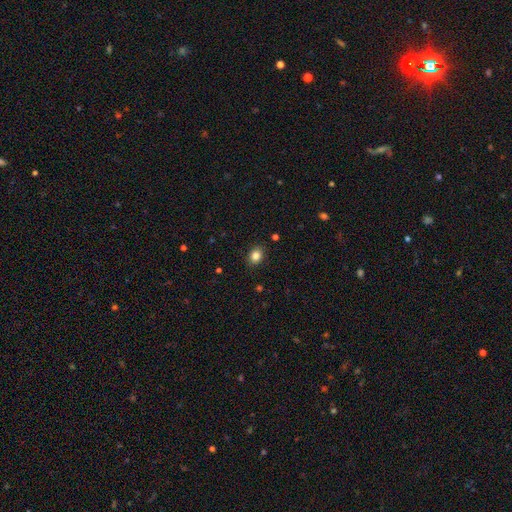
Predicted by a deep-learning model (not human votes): This appears to be a smooth galaxy with no disk features (84%) that is in between round and cigar-shaped (51%). Merging: none (88%).